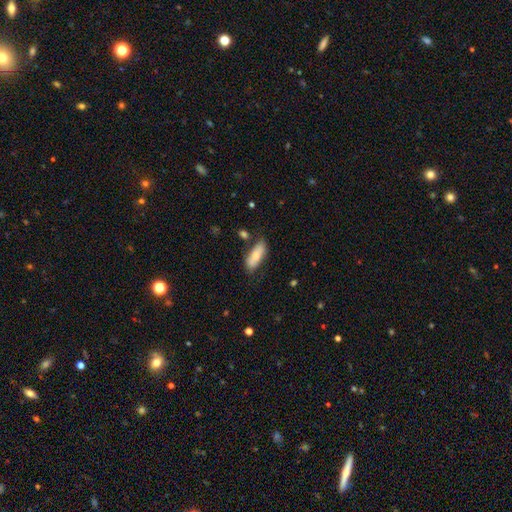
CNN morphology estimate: The model was most divided on "how rounded": in between: 70%, cigar-shaped: 28%, round: 2%. More confident: merging — none (72%); smooth or featured — smooth (72%).